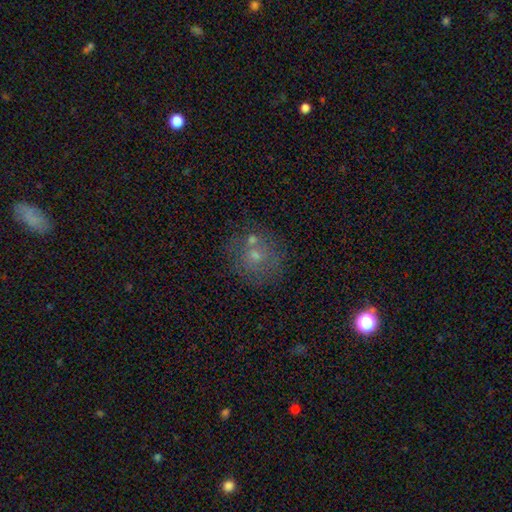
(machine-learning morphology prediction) Smooth or featured? Predicted: smooth (p=0.53). How rounded? Predicted: round (p=0.86). Merging? Predicted: none (p=0.61).